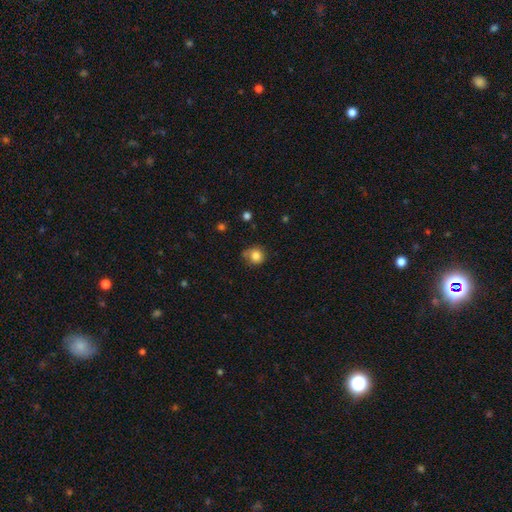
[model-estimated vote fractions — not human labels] A smooth galaxy with no disk features (83%) that is round (82%).

Vote fractions:
- Smooth or featured? smooth: 83% / star or artifact: 10% / featured or disk: 7%
- How rounded? round: 82% / in between: 17% / cigar-shaped: 1%
- Merging? none: 64% / minor disturbance: 27% / major disturbance: 7% / merger: 3%